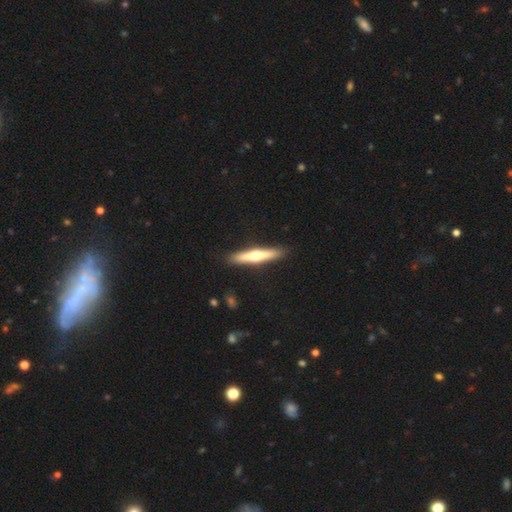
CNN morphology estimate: This appears to be a featured or disk galaxy (55%) viewed edge-on (95%) with a rounded central bulge (90%). Merging: none (91%).